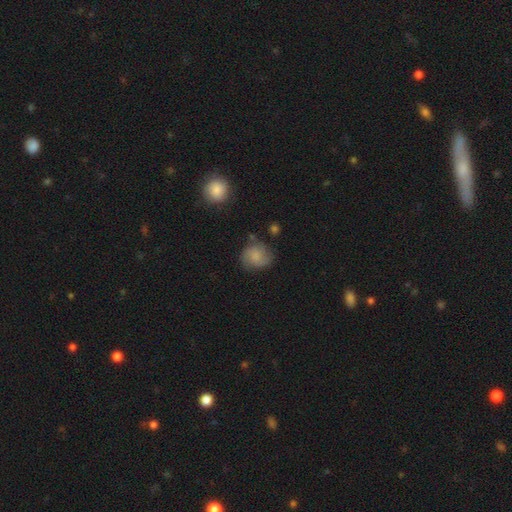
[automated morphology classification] smooth-or-featured: smooth: 60% | featured or disk: 31% | star or artifact: 9%
  how-rounded: round: 74% | in between: 25% | cigar-shaped: 1%
  merging: none: 66% | minor disturbance: 22% | major disturbance: 9% | merger: 3%